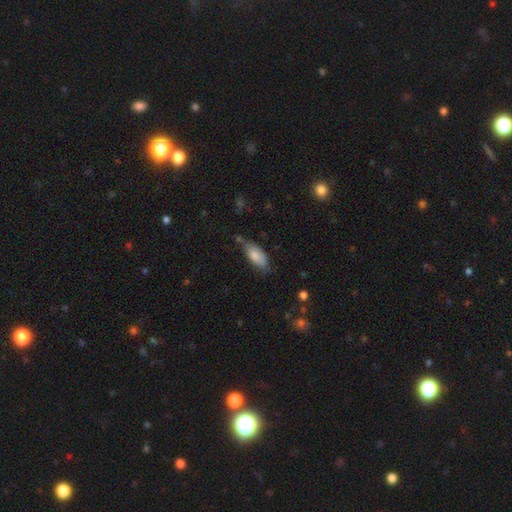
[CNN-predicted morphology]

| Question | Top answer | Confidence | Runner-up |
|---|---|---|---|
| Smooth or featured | smooth | 83% | featured or disk (11%) |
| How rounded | in between | 87% | cigar-shaped (11%) |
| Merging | none | 52% | minor disturbance (34%) |